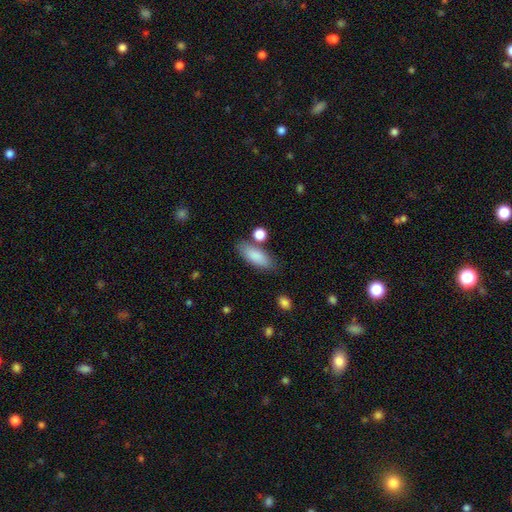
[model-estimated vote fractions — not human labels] The model was most divided on "how rounded": in between: 73%, cigar-shaped: 24%, round: 3%. More confident: smooth or featured — smooth (86%); merging — none (74%).